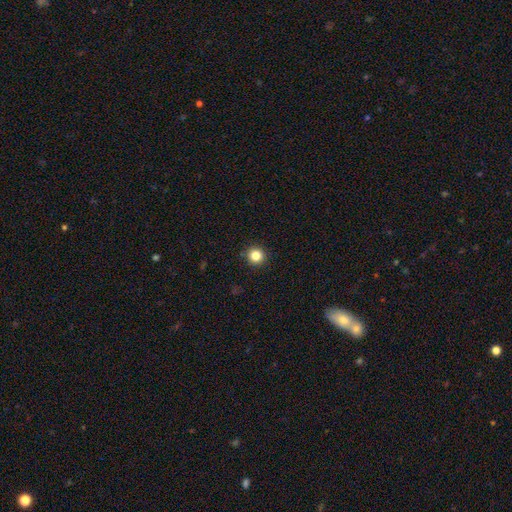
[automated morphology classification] Smooth or featured: smooth — 84% (star or artifact — 12%)
How rounded: round — 95% (in between — 4%)
Merging: none — 92% (minor disturbance — 5%)